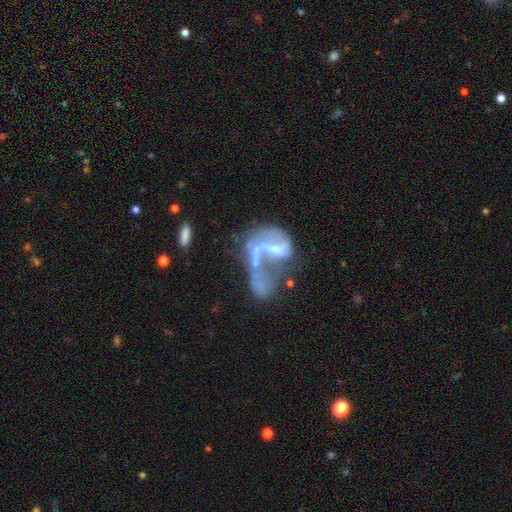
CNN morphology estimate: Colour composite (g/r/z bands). It shows a featured or disk galaxy (74%) with no bar (41%), spiral arms (64%) and a small central bulge (40%). Merging: major disturbance (44%).